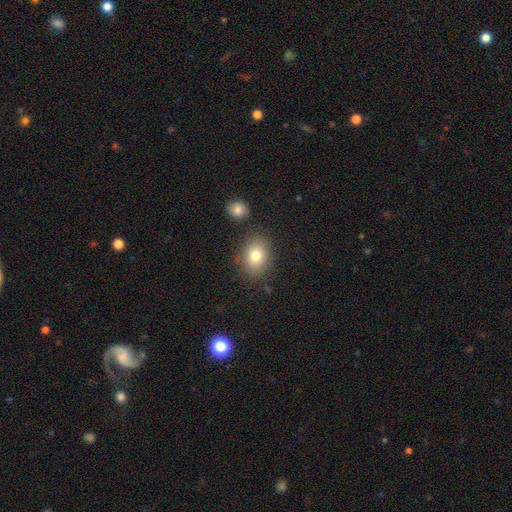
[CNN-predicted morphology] Smooth or featured? Predicted: smooth (p=0.79). How rounded? Predicted: in between (p=0.67). Merging? Predicted: none (p=0.80).